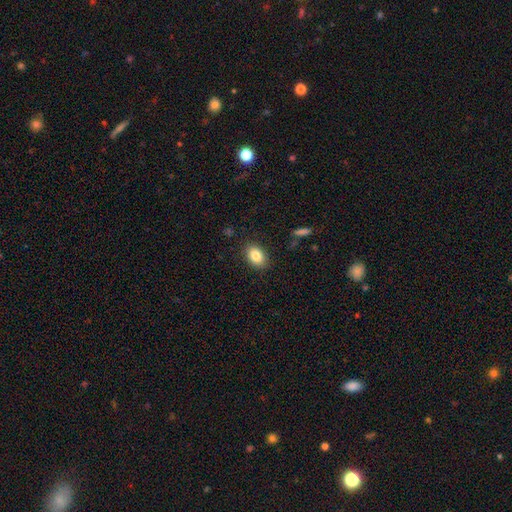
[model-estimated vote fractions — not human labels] Morphology: type=smooth (84%); roundness=in between (84%); merging=none (87%).